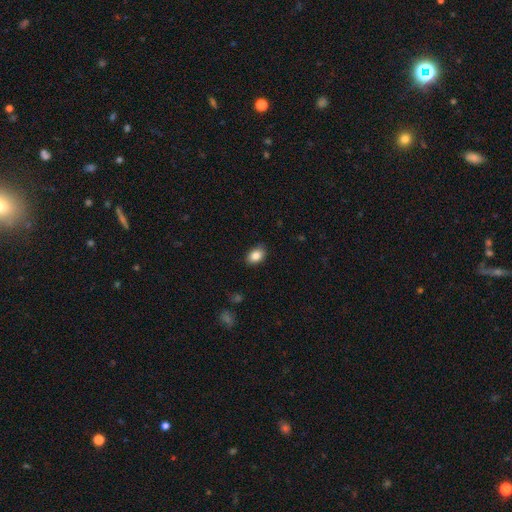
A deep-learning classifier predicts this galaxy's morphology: This is clearly a smooth galaxy (86%). How rounded: likely in between (80%). Merging: clearly none (87%).